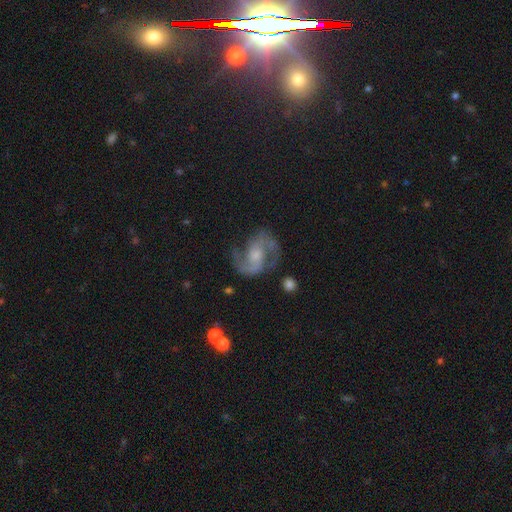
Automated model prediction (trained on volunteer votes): Morphology: type=featured or disk (86%); edge-on=no (98%); bar=no (53%); spiral arms=yes (96%); winding=medium (57%); arm count=2 (89%); bulge=small (49%); merging=none (70%).